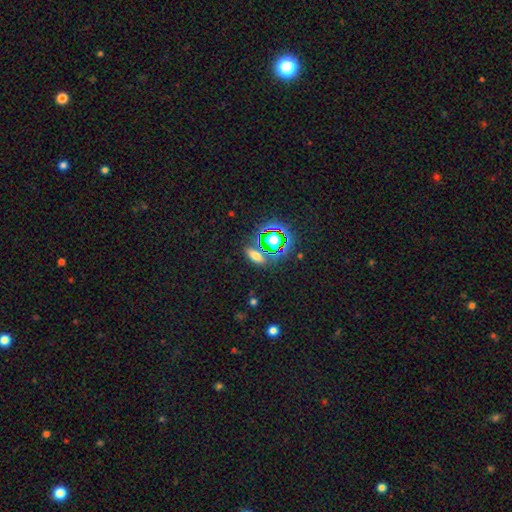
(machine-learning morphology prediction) Overall: smooth (57%; star or artifact 31%). How rounded: in between (69%). Merging: none (81%).